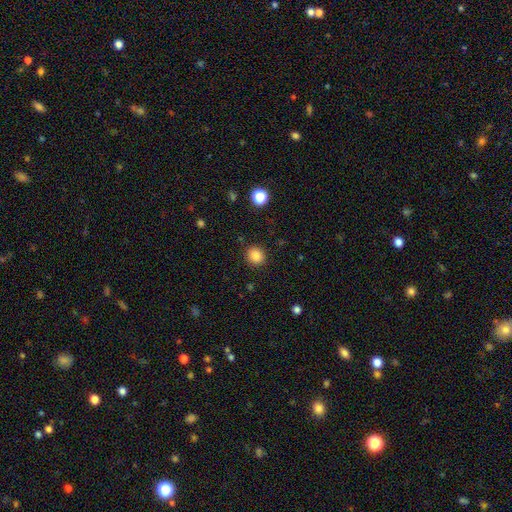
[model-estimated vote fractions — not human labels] Smooth or featured?
  - smooth: 86% *
  - star or artifact: 11%
  - featured or disk: 4%
How rounded?
  - round: 83% *
  - in between: 16%
  - cigar-shaped: 1%
Merging?
  - none: 88% *
  - minor disturbance: 8%
  - major disturbance: 3%
  - merger: 1%